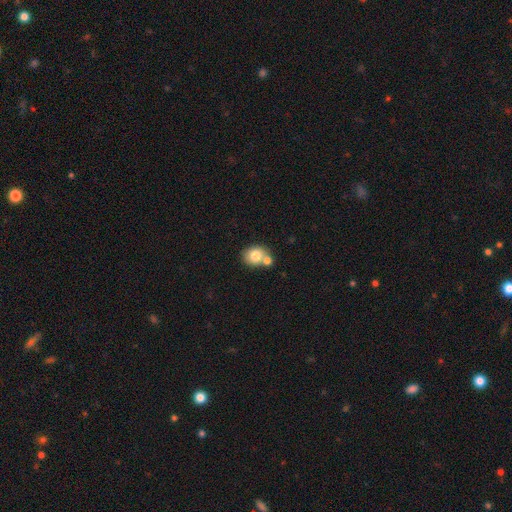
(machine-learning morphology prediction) smooth_or_featured: smooth (p=0.79) [alt: featured or disk p=0.12]
how_rounded: round (p=0.69) [alt: in between p=0.30]
merging: none (p=0.49) [alt: merger p=0.39]